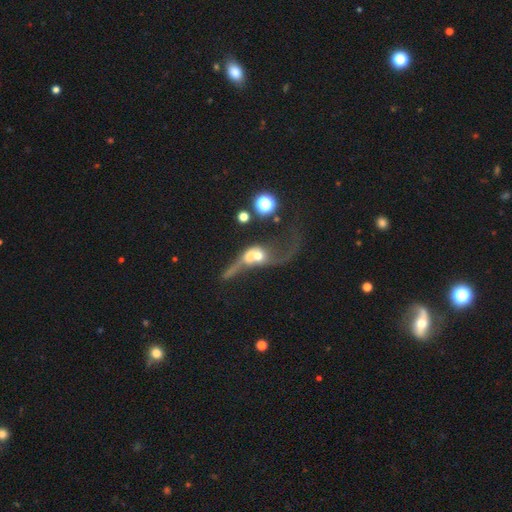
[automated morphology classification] smooth_or_featured: featured or disk (p=0.53) [alt: smooth p=0.36]
disk_edge_on: no (p=0.85) [alt: yes p=0.15]
merging: merger (p=0.69) [alt: major disturbance p=0.17]